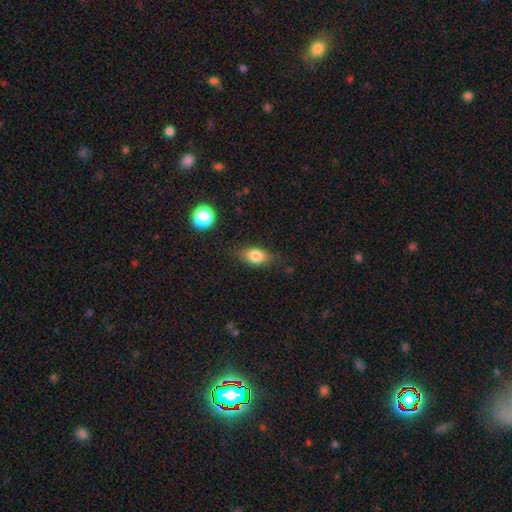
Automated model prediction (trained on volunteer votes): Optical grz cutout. It shows a smooth galaxy with no disk features (81%) that is in between round and cigar-shaped (82%). Merging: none (76%).